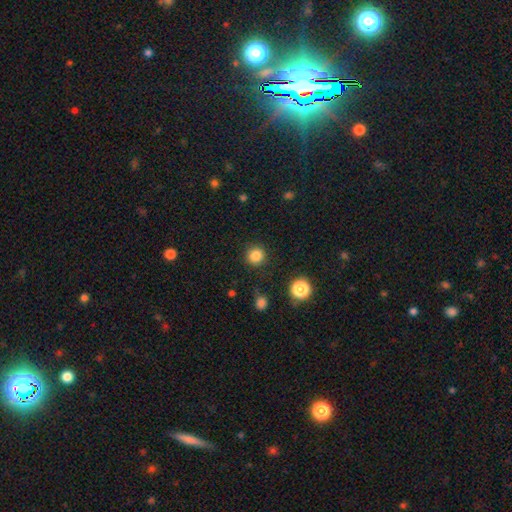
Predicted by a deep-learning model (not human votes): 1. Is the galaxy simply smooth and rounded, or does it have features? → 84% smooth, 12% star or artifact, 4% featured or disk.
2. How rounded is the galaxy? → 93% round, 6% in between, 1% cigar-shaped.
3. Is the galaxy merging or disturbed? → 90% none, 6% minor disturbance, 2% major disturbance, 2% merger.